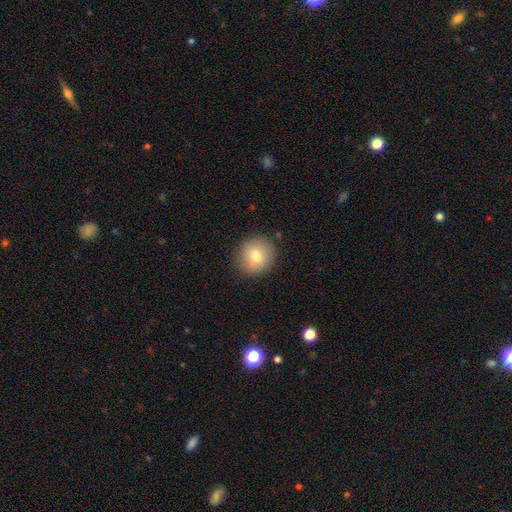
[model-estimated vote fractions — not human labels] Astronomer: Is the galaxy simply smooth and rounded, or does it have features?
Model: smooth — 78%.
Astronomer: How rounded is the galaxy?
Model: round — 90%.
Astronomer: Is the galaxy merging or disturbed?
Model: none — 87%.